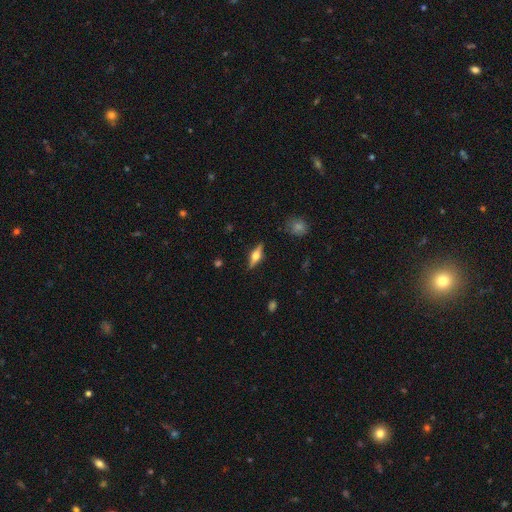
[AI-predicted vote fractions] smooth_or_featured: featured or disk (p=0.67) [alt: smooth p=0.26]
disk_edge_on: yes (p=0.96) [alt: no p=0.04]
edge_on_bulge: rounded (p=0.94) [alt: boxy p=0.04]
merging: none (p=0.88) [alt: minor disturbance p=0.08]